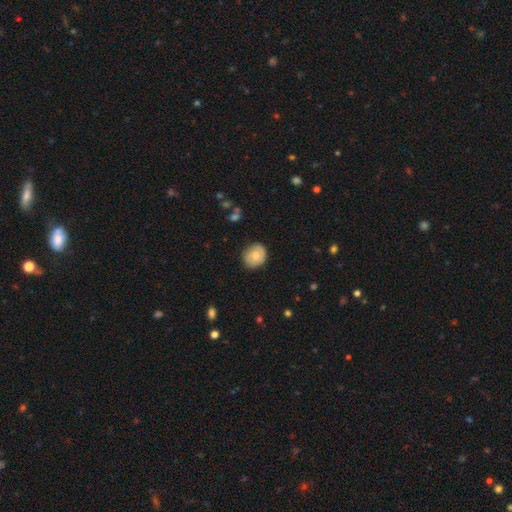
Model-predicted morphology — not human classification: A smooth galaxy with no disk features (69%) that is round (68%).

Vote fractions:
- Smooth or featured? smooth: 69% / featured or disk: 24% / star or artifact: 7%
- How rounded? round: 68% / in between: 31% / cigar-shaped: 1%
- Merging? none: 75% / minor disturbance: 20% / major disturbance: 4% / merger: 1%